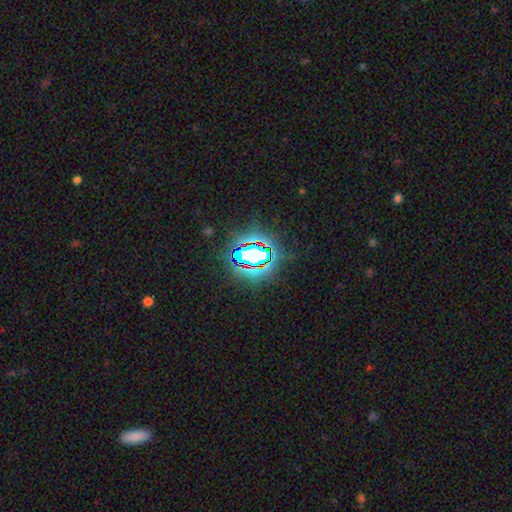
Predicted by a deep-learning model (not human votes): smooth_or_featured: star or artifact (p=0.80) [alt: smooth p=0.12]